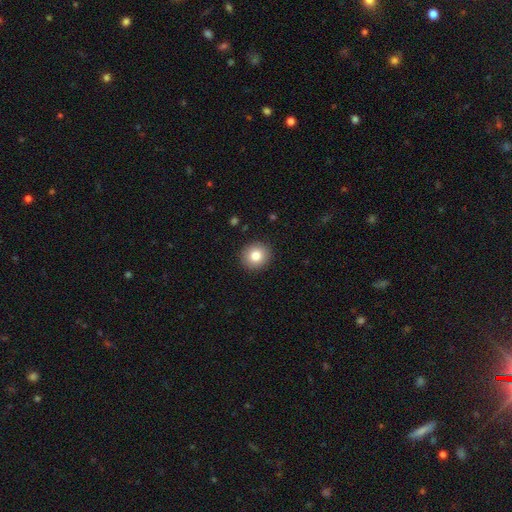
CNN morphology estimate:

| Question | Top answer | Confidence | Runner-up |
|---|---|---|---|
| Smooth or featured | smooth | 82% | star or artifact (9%) |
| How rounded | round | 89% | in between (10%) |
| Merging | none | 92% | minor disturbance (5%) |